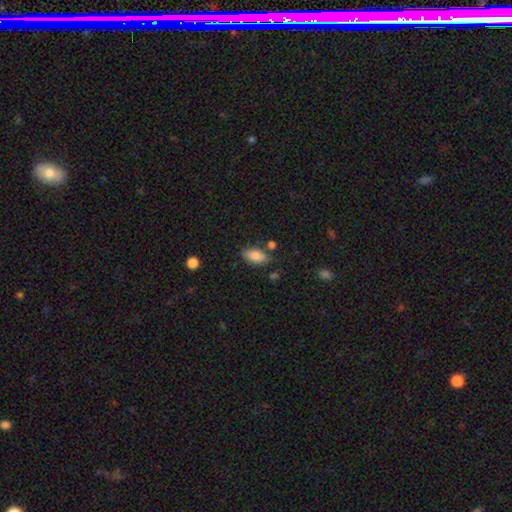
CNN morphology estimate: This appears to be a smooth galaxy with no disk features (83%) that is in between round and cigar-shaped (88%). Merging: none (76%).